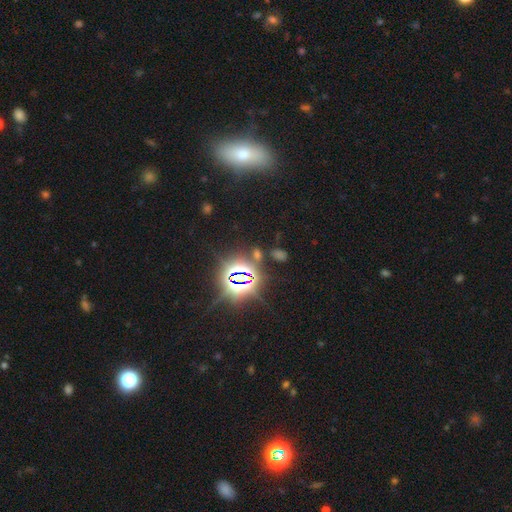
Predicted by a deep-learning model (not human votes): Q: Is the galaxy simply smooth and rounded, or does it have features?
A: star or artifact — 75%.